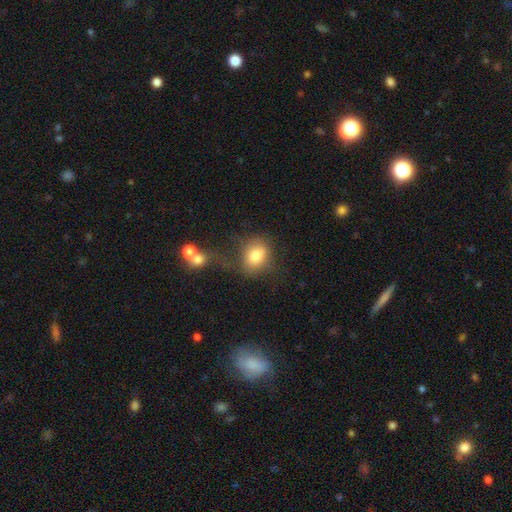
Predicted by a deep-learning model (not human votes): The model was most divided on "how rounded": round: 57%, in between: 42%, cigar-shaped: 1%. More confident: smooth or featured — smooth (79%); merging — none (54%).